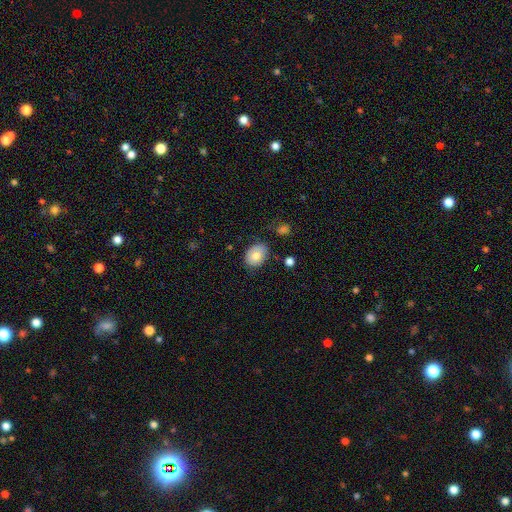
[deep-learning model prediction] Smooth or featured? Predicted: smooth (p=0.75). How rounded? Predicted: in between (p=0.67). Merging? Predicted: none (p=0.74).